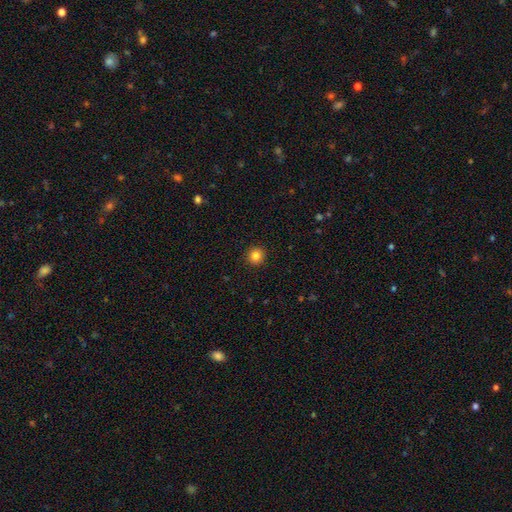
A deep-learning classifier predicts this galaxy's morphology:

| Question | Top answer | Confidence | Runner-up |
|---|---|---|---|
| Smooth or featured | smooth | 84% | star or artifact (12%) |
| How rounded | round | 93% | in between (6%) |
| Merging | none | 93% | minor disturbance (5%) |